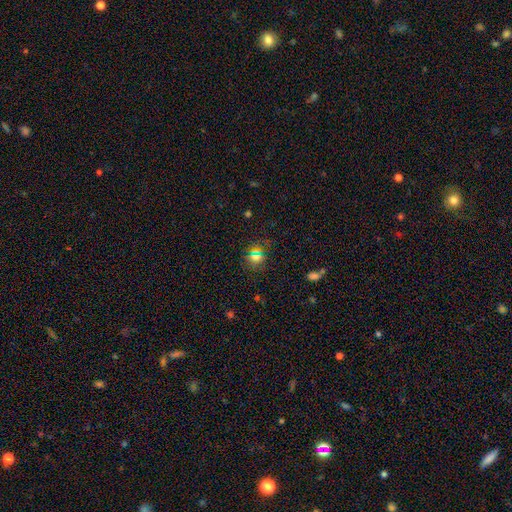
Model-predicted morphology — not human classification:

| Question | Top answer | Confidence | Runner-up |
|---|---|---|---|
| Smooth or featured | smooth | 57% | star or artifact (33%) |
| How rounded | round | 75% | in between (22%) |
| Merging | none | 81% | minor disturbance (11%) |